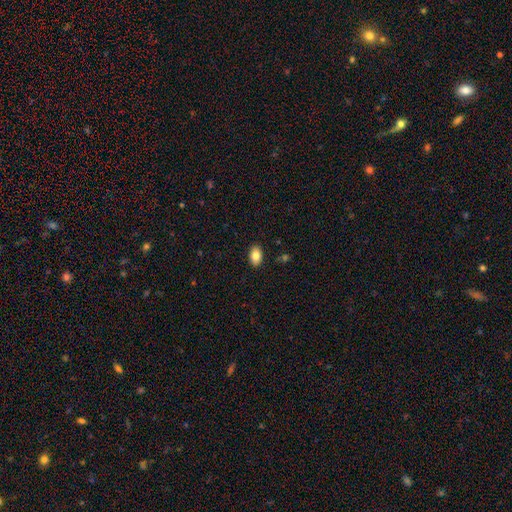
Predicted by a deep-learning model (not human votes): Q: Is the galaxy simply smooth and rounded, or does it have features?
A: smooth — 84%.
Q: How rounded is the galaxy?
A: in between — 89%.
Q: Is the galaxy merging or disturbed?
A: none — 89%.